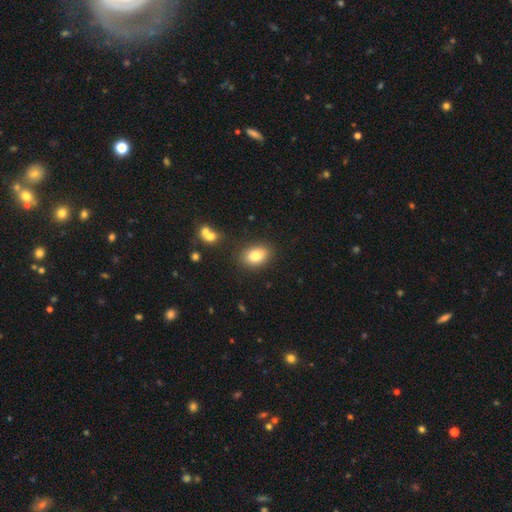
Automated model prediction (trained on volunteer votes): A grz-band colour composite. It shows a smooth galaxy with no disk features (82%) that is in between round and cigar-shaped (84%). Merging: none (85%).